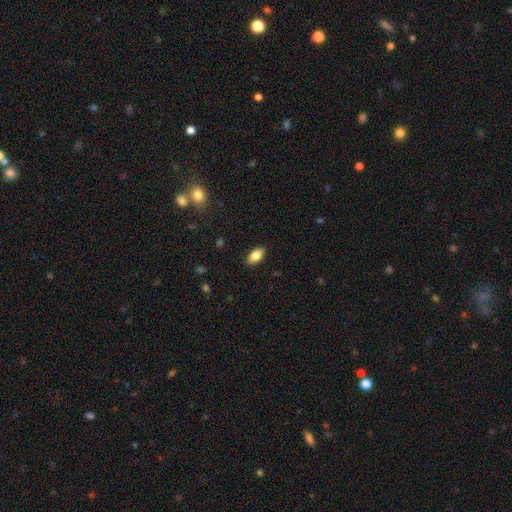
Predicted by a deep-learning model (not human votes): smooth 82%, featured or disk 11%, star or artifact 7%. Down the decision tree: how rounded — in between (92%); merging — none (88%).